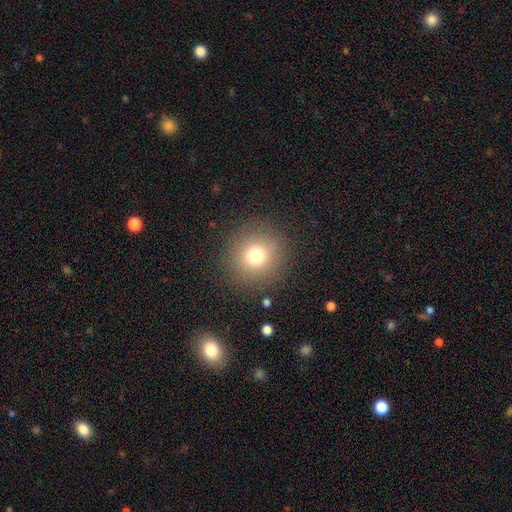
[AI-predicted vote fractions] Smooth or featured: smooth — 74% (star or artifact — 15%)
How rounded: round — 94% (in between — 5%)
Merging: none — 89% (minor disturbance — 6%)